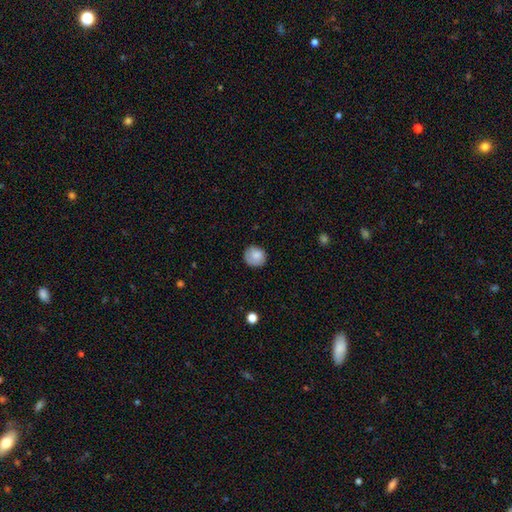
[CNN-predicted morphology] Smooth or featured?
  - smooth: 83% *
  - featured or disk: 9%
  - star or artifact: 8%
How rounded?
  - round: 85% *
  - in between: 14%
  - cigar-shaped: 1%
Merging?
  - none: 79% *
  - minor disturbance: 17%
  - major disturbance: 4%
  - merger: 1%